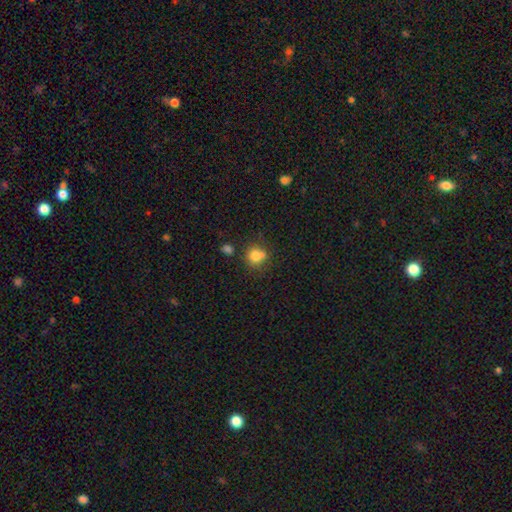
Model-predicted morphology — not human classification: smooth-or-featured: smooth: 79% | star or artifact: 12% | featured or disk: 10%
  how-rounded: round: 83% | in between: 16% | cigar-shaped: 1%
  merging: none: 58% | merger: 21% | minor disturbance: 15% | major disturbance: 5%